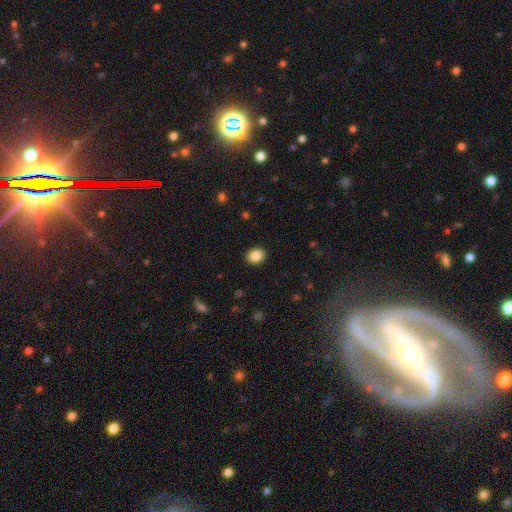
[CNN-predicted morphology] Overall: smooth (87%). How rounded: in between (51%; round 49%). Merging: none (90%).